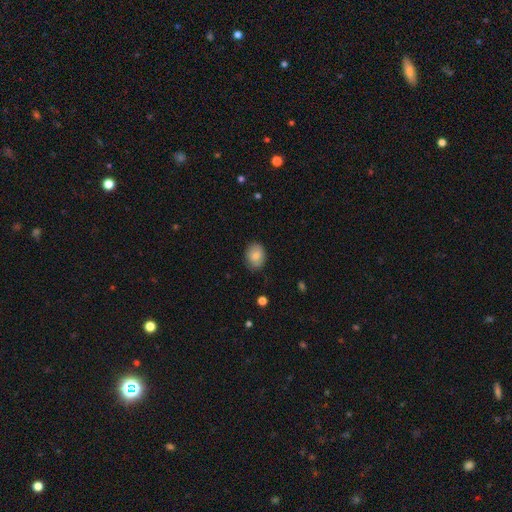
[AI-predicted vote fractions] Q: Smooth or featured?
A: smooth (82%); runner-up: featured or disk (10%)
Q: How rounded?
A: in between (56%); runner-up: round (43%)
Q: Merging?
A: none (82%); runner-up: minor disturbance (14%)